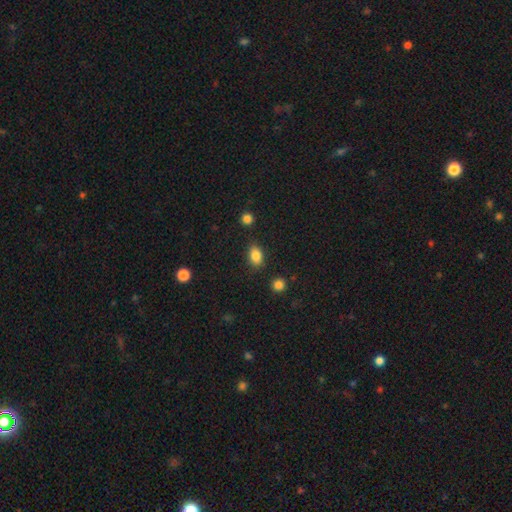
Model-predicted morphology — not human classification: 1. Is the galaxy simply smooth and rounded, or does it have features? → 85% smooth, 10% star or artifact, 6% featured or disk.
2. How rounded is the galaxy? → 81% in between, 17% round, 2% cigar-shaped.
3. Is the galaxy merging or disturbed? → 83% none, 12% minor disturbance, 3% major disturbance, 2% merger.